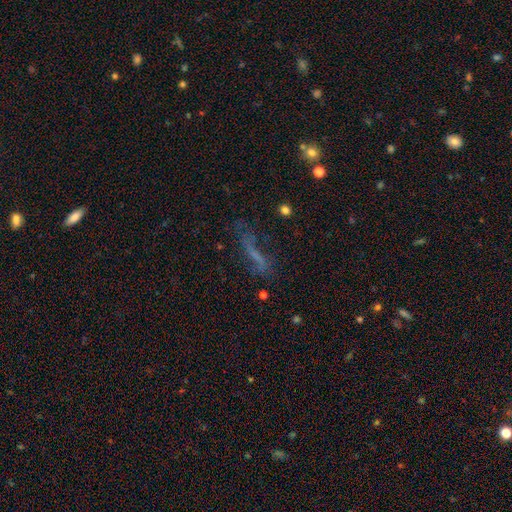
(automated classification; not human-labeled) This appears to be a featured or disk galaxy (40%). Merging: none (48%).